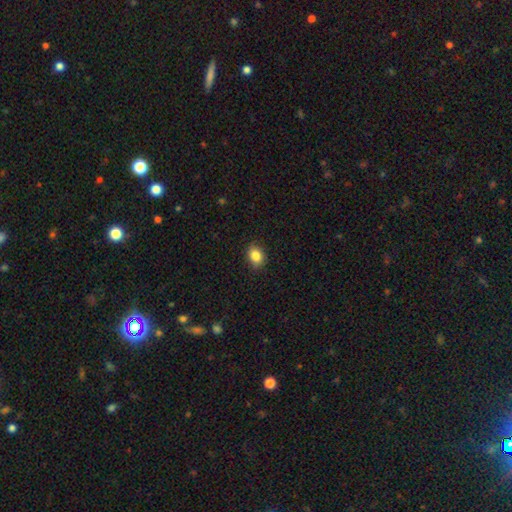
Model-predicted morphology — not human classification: Smooth or featured: smooth — 85% (star or artifact — 10%)
How rounded: in between — 53% (round — 46%)
Merging: none — 86% (minor disturbance — 11%)